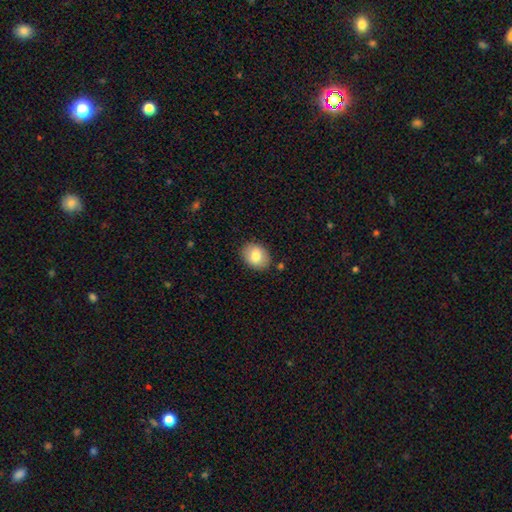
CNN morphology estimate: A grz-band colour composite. It shows a smooth galaxy with no disk features (80%) that is in between round and cigar-shaped (60%). Merging: none (85%).